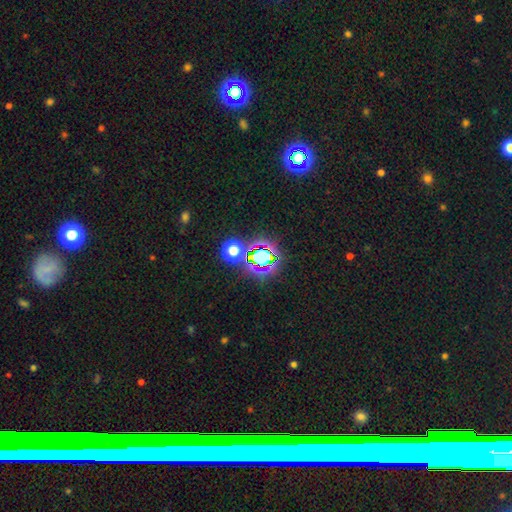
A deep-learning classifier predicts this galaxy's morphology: Smooth or featured?
  - star or artifact: 62% *
  - smooth: 27%
  - featured or disk: 12%